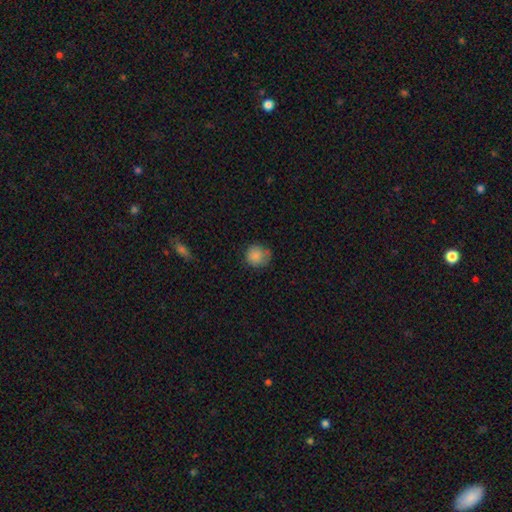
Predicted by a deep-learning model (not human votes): The model was most divided on "merging": none: 68%, minor disturbance: 24%, major disturbance: 6%, merger: 2%. More confident: how rounded — round (88%); smooth or featured — smooth (85%).